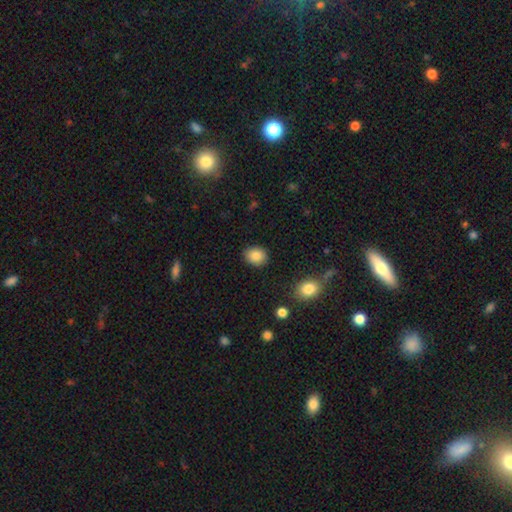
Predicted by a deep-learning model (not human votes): Smooth or featured? smooth (85%)
How rounded? round (55%)
Merging? none (89%)